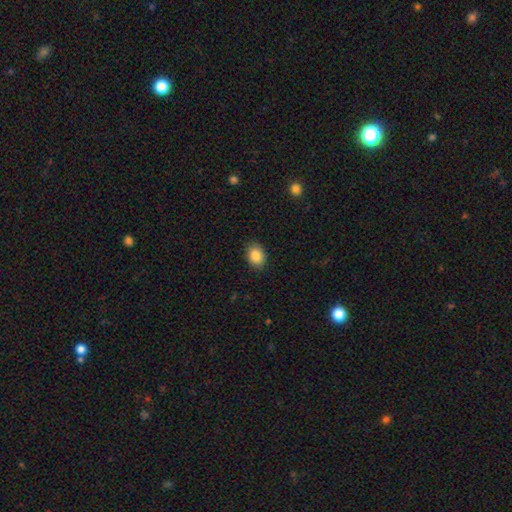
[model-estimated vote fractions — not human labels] The model was most divided on "how rounded": in between: 70%, round: 29%, cigar-shaped: 1%. More confident: merging — none (87%); smooth or featured — smooth (87%).